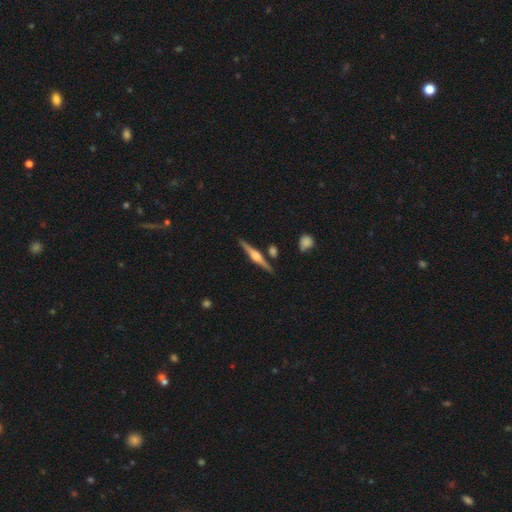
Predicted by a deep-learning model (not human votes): This is likely a featured or disk galaxy (78%). It is clearly viewed edge-on (98%). Edge-on bulge: clearly rounded (85%). Merging: clearly none (87%).